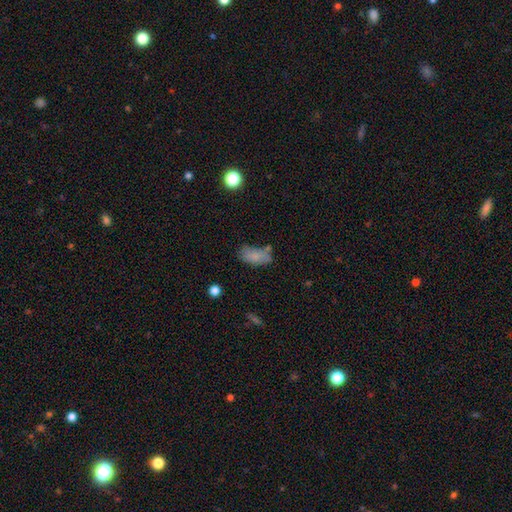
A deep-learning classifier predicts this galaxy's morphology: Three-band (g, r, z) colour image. It shows a smooth galaxy with no disk features (78%) that is in between round and cigar-shaped (91%). Merging: none (52%).